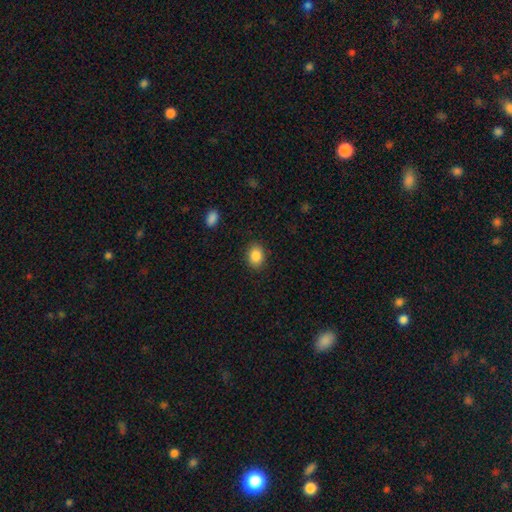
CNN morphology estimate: Smooth or featured?
  - smooth: 87% *
  - star or artifact: 8%
  - featured or disk: 4%
How rounded?
  - in between: 65% *
  - round: 34%
  - cigar-shaped: 1%
Merging?
  - none: 88% *
  - minor disturbance: 9%
  - major disturbance: 3%
  - merger: 1%